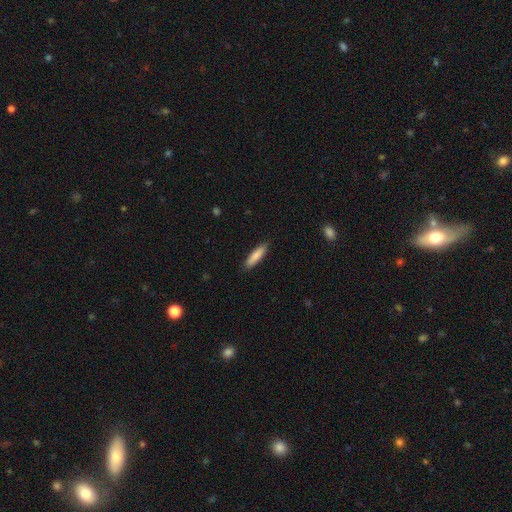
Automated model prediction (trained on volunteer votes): Q: Smooth or featured?
A: smooth (86%); runner-up: featured or disk (8%)
Q: How rounded?
A: cigar-shaped (76%); runner-up: in between (23%)
Q: Merging?
A: none (89%); runner-up: minor disturbance (8%)